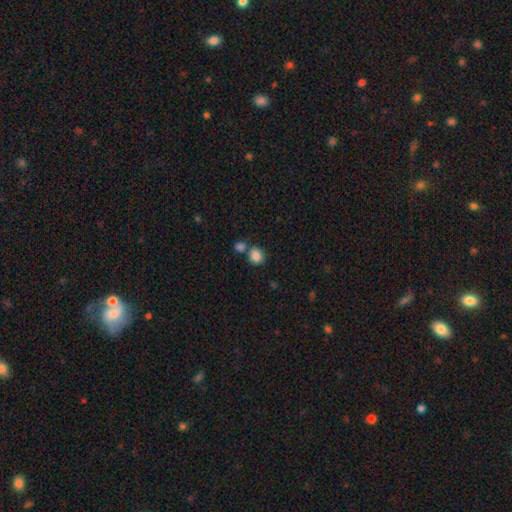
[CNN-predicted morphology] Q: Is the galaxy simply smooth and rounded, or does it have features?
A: smooth — 86%.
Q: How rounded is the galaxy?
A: round — 70%.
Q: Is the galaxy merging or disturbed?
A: none — 60%.